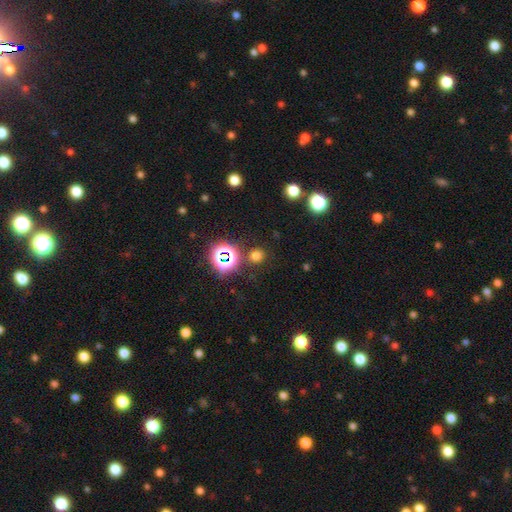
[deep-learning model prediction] smooth-or-featured: smooth: 66% | star or artifact: 29% | featured or disk: 5%
  how-rounded: round: 84% | in between: 15% | cigar-shaped: 1%
  merging: none: 83% | minor disturbance: 8% | merger: 5% | major disturbance: 4%